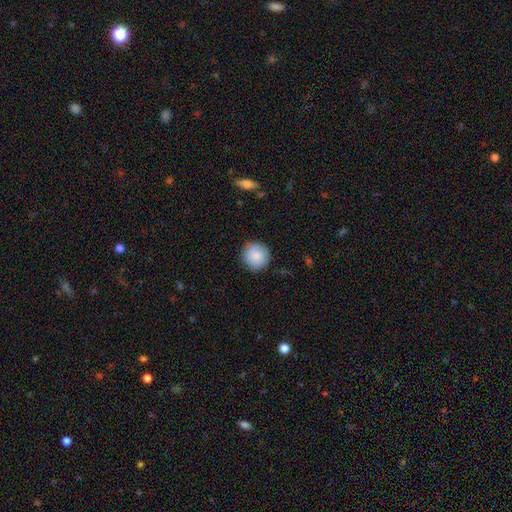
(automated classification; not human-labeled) A smooth galaxy with no disk features (87%) that is round (94%).

Vote fractions:
- Smooth or featured? smooth: 87% / star or artifact: 7% / featured or disk: 6%
- How rounded? round: 94% / in between: 5% / cigar-shaped: 1%
- Merging? none: 89% / minor disturbance: 8% / major disturbance: 2% / merger: 1%